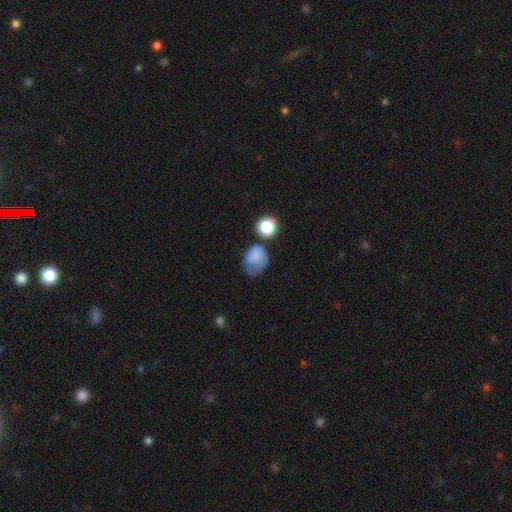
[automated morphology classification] smooth_or_featured: smooth (p=0.76) [alt: featured or disk p=0.14]
how_rounded: round (p=0.50) [alt: in between p=0.49]
merging: minor disturbance (p=0.33) [alt: none p=0.31]